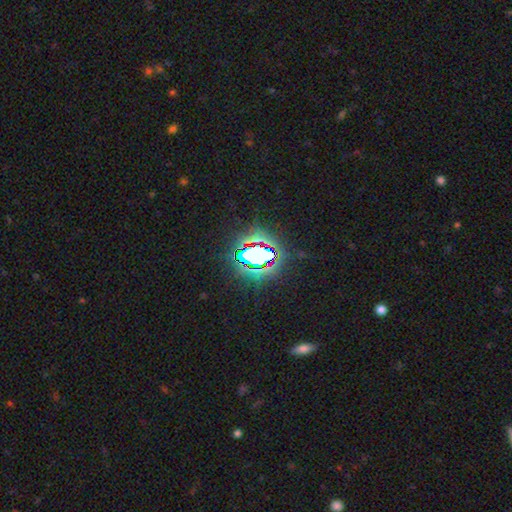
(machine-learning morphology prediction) Overall: star or artifact (73%).